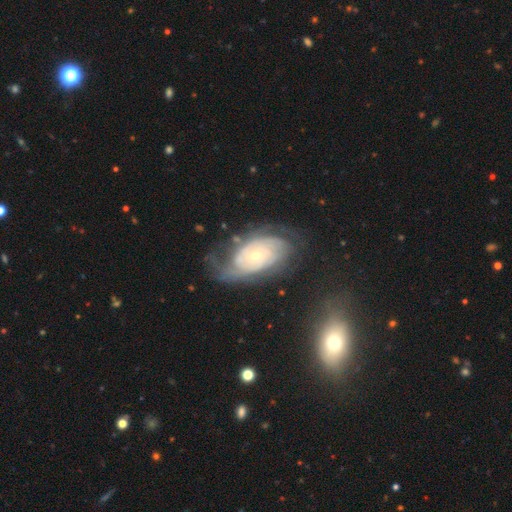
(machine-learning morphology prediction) smooth_or_featured: featured or disk (p=0.82) [alt: smooth p=0.12]
disk_edge_on: no (p=0.95) [alt: yes p=0.05]
bar: no (p=0.77) [alt: weak p=0.19]
has_spiral_arms: yes (p=0.92) [alt: no p=0.08]
spiral_winding: tight (p=0.69) [alt: medium p=0.23]
spiral_arm_count: can't tell (p=0.44) [alt: 2 p=0.25]
bulge_size: small (p=0.71) [alt: moderate p=0.25]
merging: none (p=0.58) [alt: minor disturbance p=0.23]